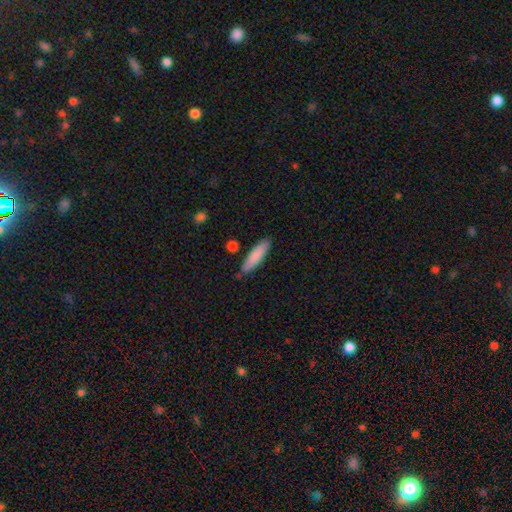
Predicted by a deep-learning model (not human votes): The model was most divided on "how rounded": cigar-shaped: 76%, in between: 22%, round: 1%. More confident: smooth or featured — smooth (83%); merging — none (82%).